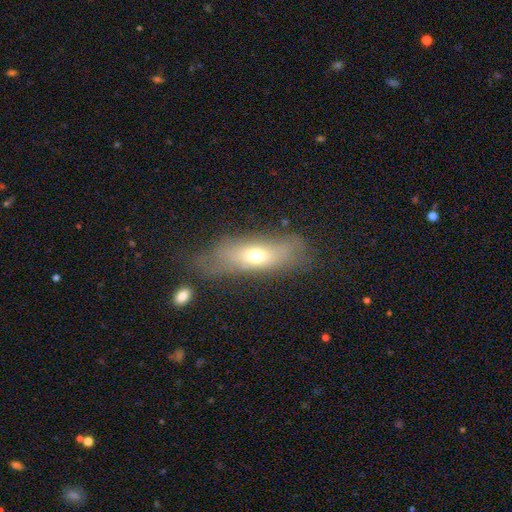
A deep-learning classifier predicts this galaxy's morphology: Smooth or featured: smooth — 56% (featured or disk — 34%)
How rounded: in between — 54% (cigar-shaped — 42%)
Merging: none — 56% (minor disturbance — 24%)